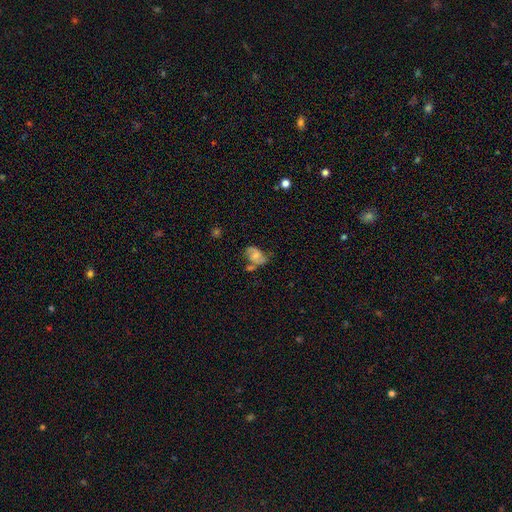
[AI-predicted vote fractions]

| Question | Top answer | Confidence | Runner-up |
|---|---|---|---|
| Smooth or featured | featured or disk | 50% | smooth (41%) |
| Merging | none | 38% | minor disturbance (27%) |